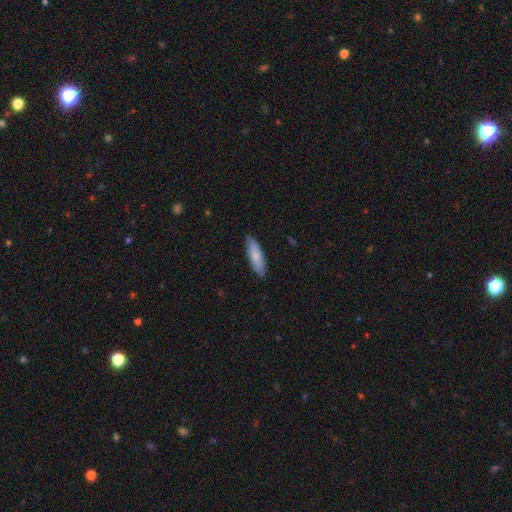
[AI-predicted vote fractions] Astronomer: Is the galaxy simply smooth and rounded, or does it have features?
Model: smooth — 78%.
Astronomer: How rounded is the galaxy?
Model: cigar-shaped — 51% (runner-up: in between, 48%).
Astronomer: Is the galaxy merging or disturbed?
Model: none — 85%.